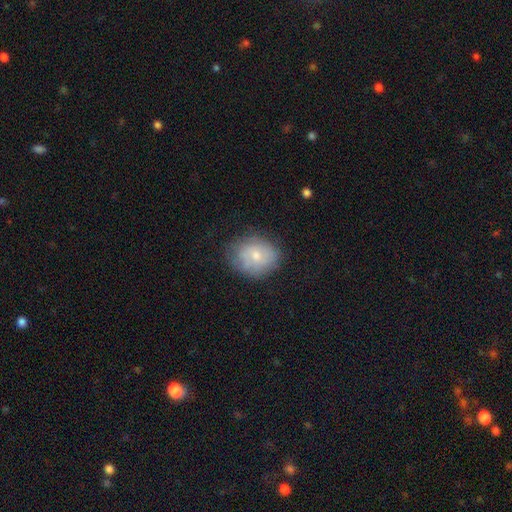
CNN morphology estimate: Overall: smooth (66%; featured or disk 26%). How rounded: round (64%; in between 35%). Merging: none (69%).